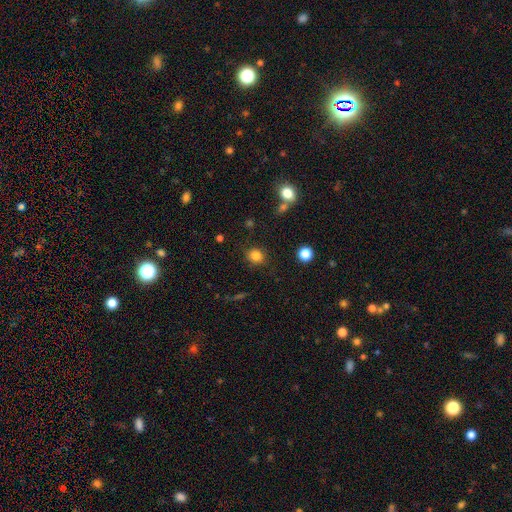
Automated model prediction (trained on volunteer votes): smooth 84%, star or artifact 12%, featured or disk 5%. Down the decision tree: how rounded — round (75%); merging — none (85%).